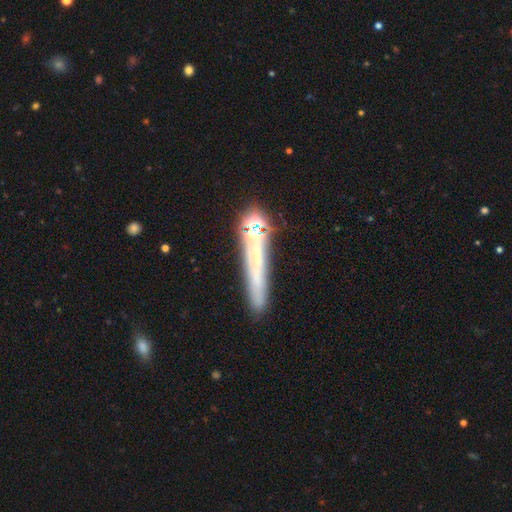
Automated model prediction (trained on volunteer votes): Morphology: type=smooth (43%); merging=none (73%).